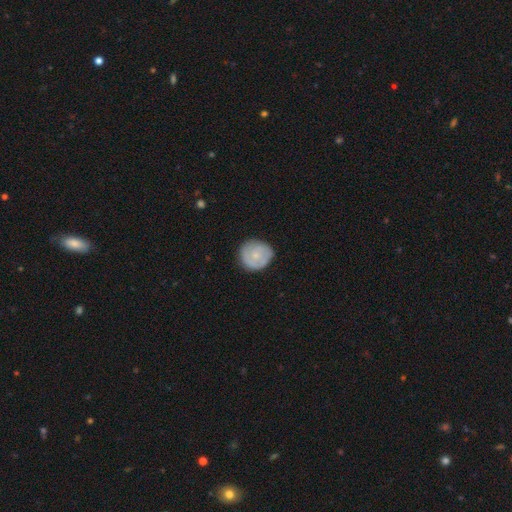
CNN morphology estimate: A smooth galaxy with no disk features (59%) that is round (87%). Merging: none (78%).